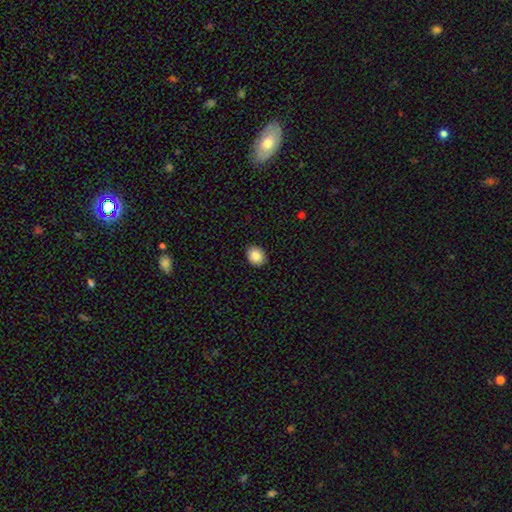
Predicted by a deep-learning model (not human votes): Morphology: type=smooth (85%); roundness=round (52%); merging=none (91%).